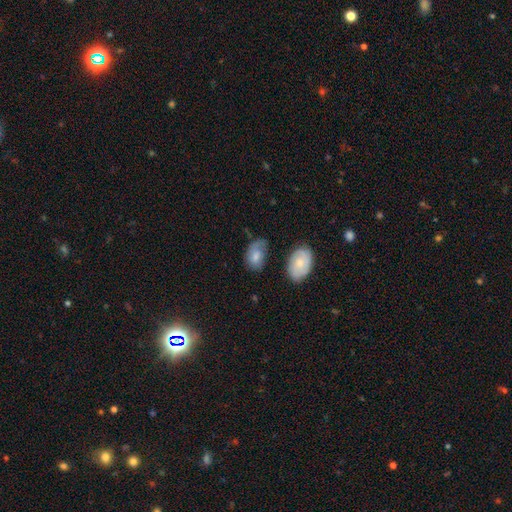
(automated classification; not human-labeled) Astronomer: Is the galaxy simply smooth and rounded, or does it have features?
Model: smooth — 70%.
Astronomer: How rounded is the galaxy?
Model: in between — 86%.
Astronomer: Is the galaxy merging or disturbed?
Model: none — 40% (runner-up: minor disturbance, 36%).